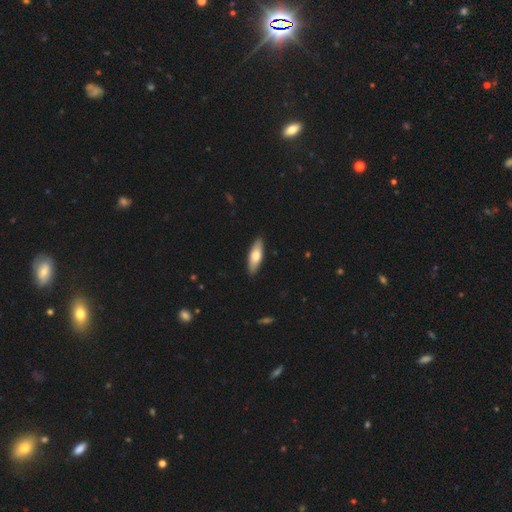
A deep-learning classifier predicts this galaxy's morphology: A smooth galaxy with no disk features (69%) that is in between round and cigar-shaped (53%).

Vote fractions:
- Smooth or featured? smooth: 69% / featured or disk: 26% / star or artifact: 5%
- How rounded? in between: 53% / cigar-shaped: 45% / round: 2%
- Merging? none: 90% / minor disturbance: 8% / major disturbance: 2% / merger: 1%